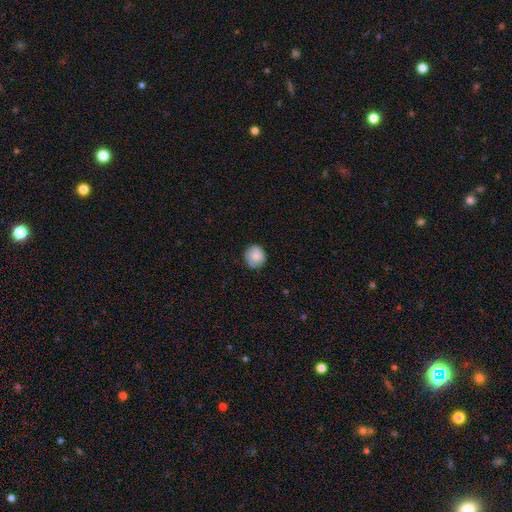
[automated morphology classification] A smooth galaxy with no disk features (84%) that is round (86%).

Vote fractions:
- Smooth or featured? smooth: 84% / featured or disk: 8% / star or artifact: 8%
- How rounded? round: 86% / in between: 13% / cigar-shaped: 1%
- Merging? none: 76% / minor disturbance: 19% / major disturbance: 4% / merger: 2%